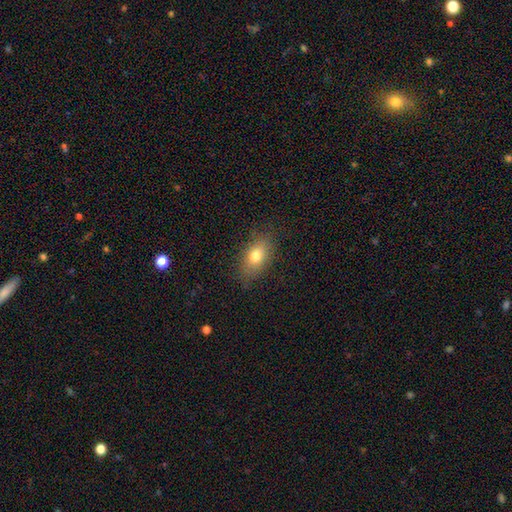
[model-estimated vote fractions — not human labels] smooth 75%, featured or disk 15%, star or artifact 9%. Down the decision tree: how rounded — in between (85%); merging — none (81%).